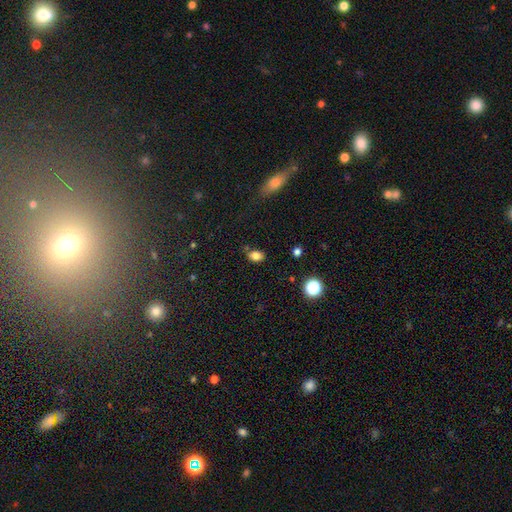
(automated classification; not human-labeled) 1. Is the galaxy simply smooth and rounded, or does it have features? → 81% smooth, 13% star or artifact, 6% featured or disk.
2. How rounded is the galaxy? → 79% in between, 19% round, 2% cigar-shaped.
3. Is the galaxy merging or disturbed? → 67% none, 21% minor disturbance, 7% merger, 5% major disturbance.